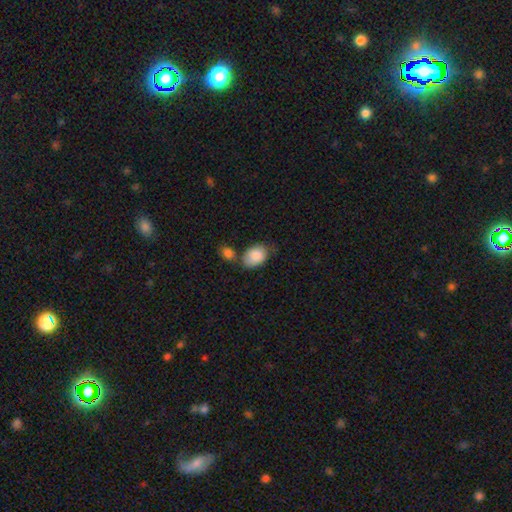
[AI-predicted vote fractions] Smooth or featured? Predicted: smooth (p=0.86). How rounded? Predicted: in between (p=0.82). Merging? Predicted: none (p=0.52).